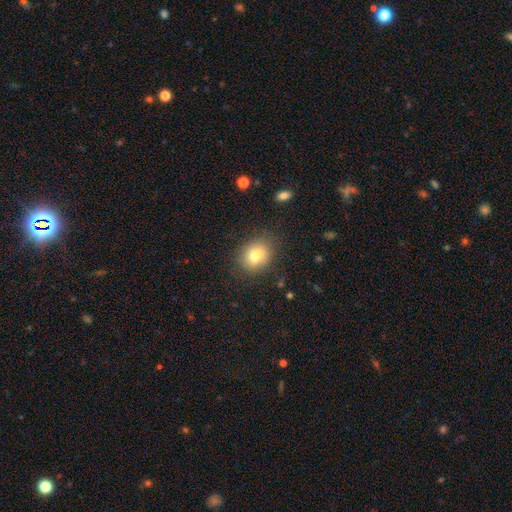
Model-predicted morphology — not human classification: This appears to be a smooth galaxy with no disk features (78%) that is round (59%). Merging: none (83%).